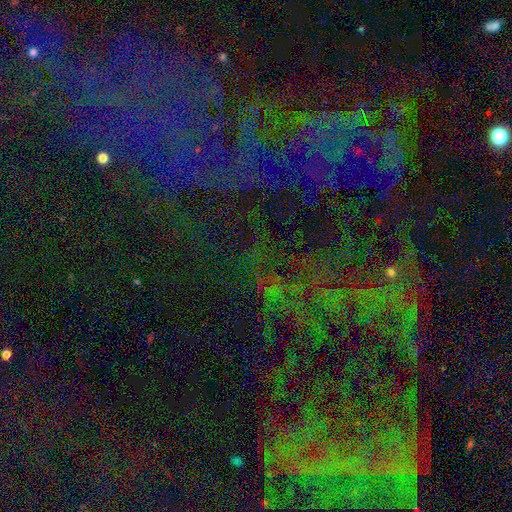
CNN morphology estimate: This appears to be a star or artifact, not a galaxy (78%).